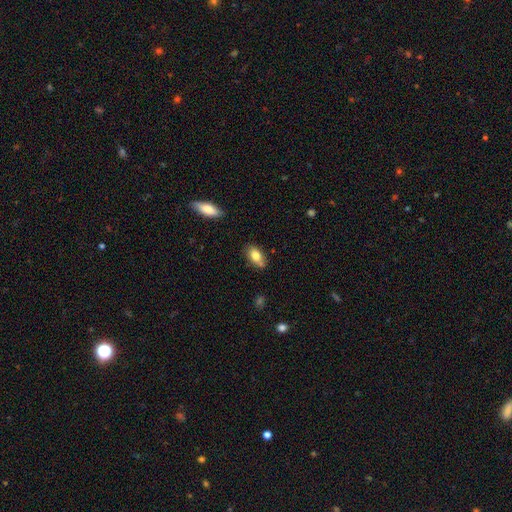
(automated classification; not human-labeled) Morphology: type=smooth (81%); roundness=in between (88%); merging=none (66%).